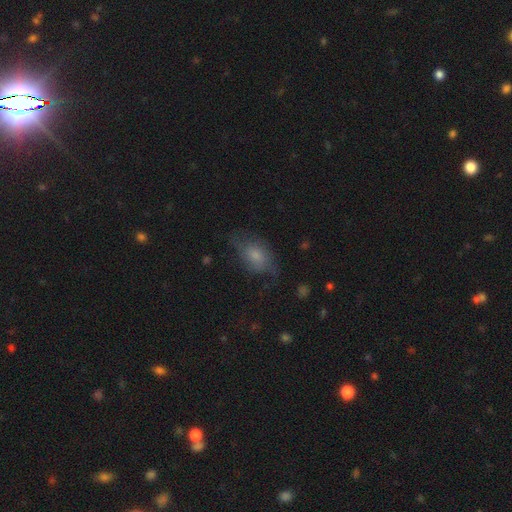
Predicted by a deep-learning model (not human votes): Morphology: type=smooth (62%); roundness=in between (85%); merging=none (52%).